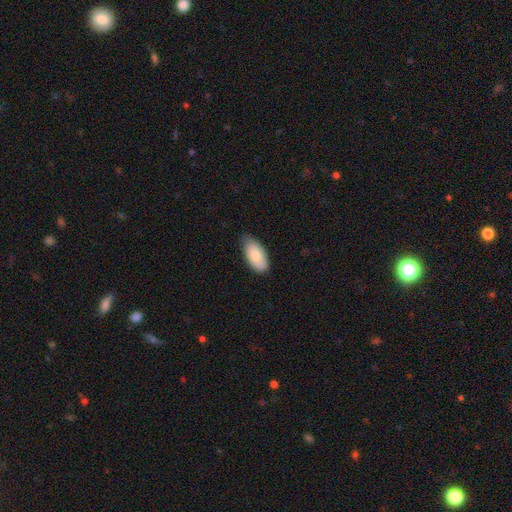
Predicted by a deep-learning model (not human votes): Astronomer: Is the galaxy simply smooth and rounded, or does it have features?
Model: smooth — 82%.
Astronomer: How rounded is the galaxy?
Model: in between — 94%.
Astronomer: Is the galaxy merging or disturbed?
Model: none — 74%.